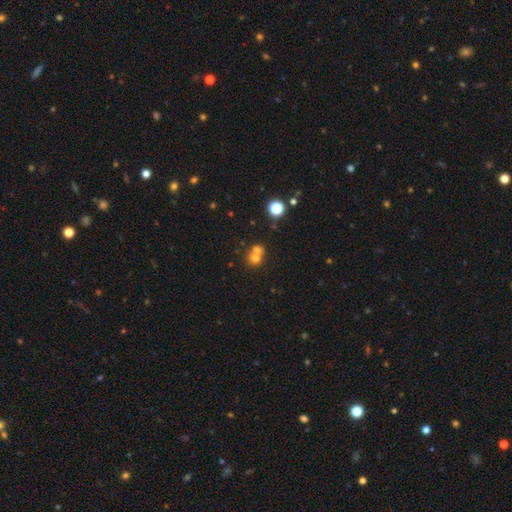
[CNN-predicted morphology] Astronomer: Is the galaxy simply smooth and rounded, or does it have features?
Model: smooth — 68%.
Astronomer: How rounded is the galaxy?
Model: round — 81%.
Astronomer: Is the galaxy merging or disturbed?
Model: merger — 58% (runner-up: none, 35%).